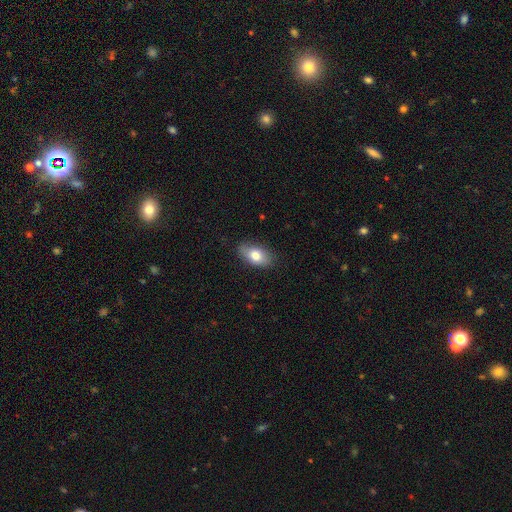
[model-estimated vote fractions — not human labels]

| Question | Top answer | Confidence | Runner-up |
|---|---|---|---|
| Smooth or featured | smooth | 77% | featured or disk (15%) |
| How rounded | in between | 90% | round (7%) |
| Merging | none | 82% | minor disturbance (14%) |